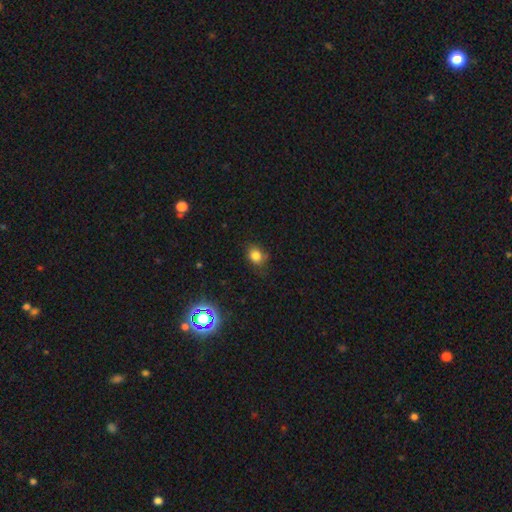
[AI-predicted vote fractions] Overall: smooth (79%). How rounded: round (60%; in between 39%). Merging: none (74%).